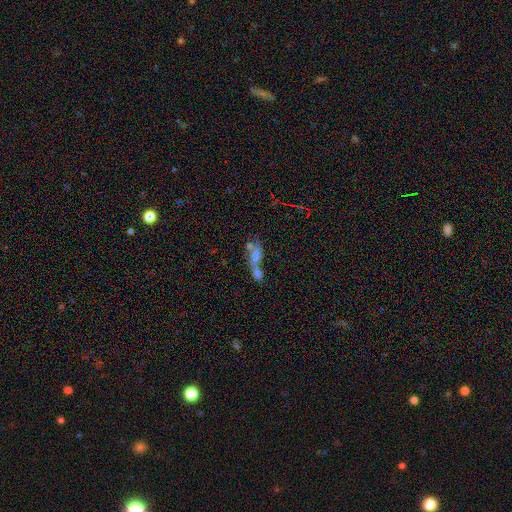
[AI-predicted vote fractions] Smooth or featured?
  - smooth: 54% *
  - featured or disk: 31%
  - star or artifact: 16%
How rounded?
  - in between: 61% *
  - cigar-shaped: 29%
  - round: 10%
Merging?
  - merger: 64% *
  - none: 20%
  - major disturbance: 8%
  - minor disturbance: 8%